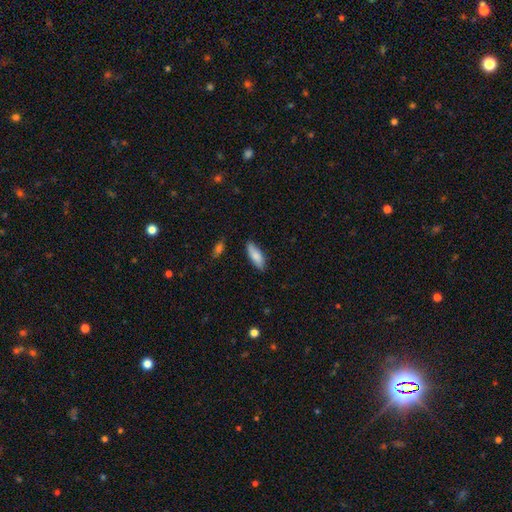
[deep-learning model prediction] smooth_or_featured: smooth (p=0.83) [alt: featured or disk p=0.11]
how_rounded: in between (p=0.66) [alt: cigar-shaped p=0.32]
merging: none (p=0.83) [alt: minor disturbance p=0.13]